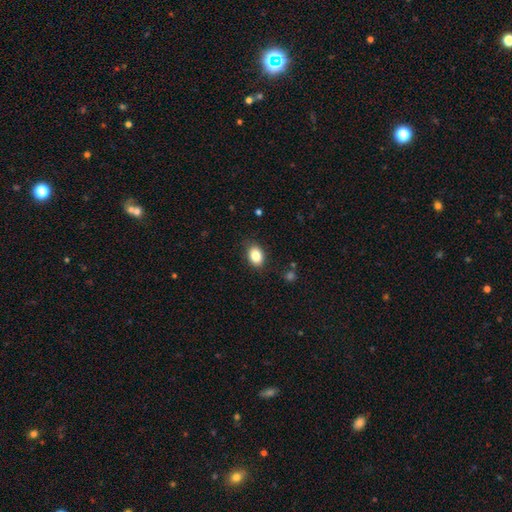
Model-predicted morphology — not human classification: Smooth or featured? smooth (86%)
How rounded? in between (77%)
Merging? none (84%)